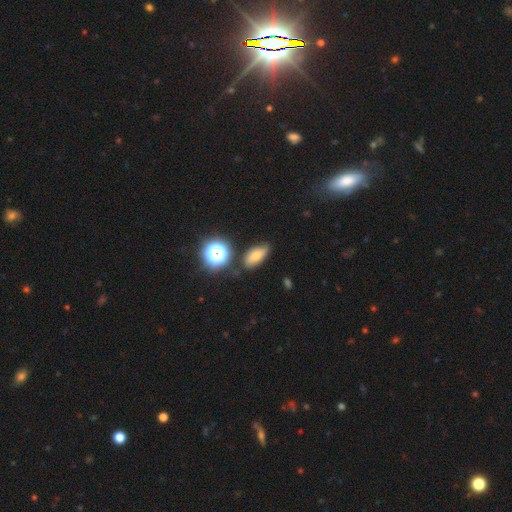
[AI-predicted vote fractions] Morphology: type=smooth (63%); roundness=in between (76%); merging=none (77%).